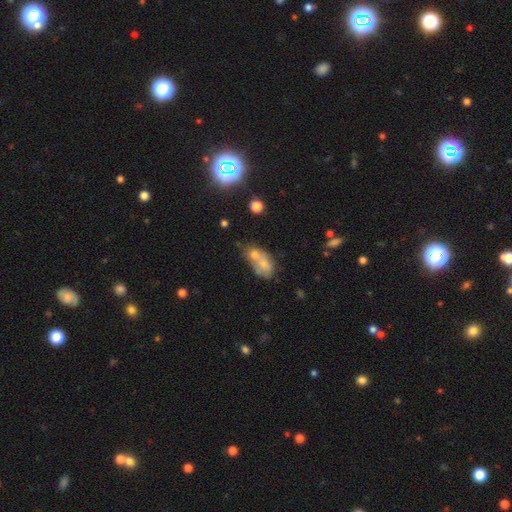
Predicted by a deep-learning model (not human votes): This appears to be a smooth galaxy with no disk features (53%) that is in between round and cigar-shaped (63%). Merging: merger (63%).